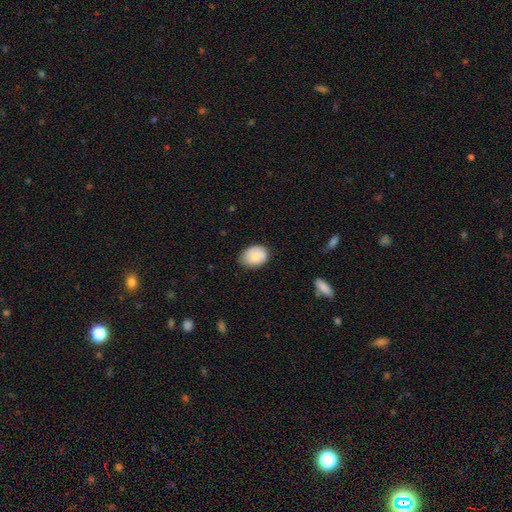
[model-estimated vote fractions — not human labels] Smooth or featured? smooth (82%)
How rounded? in between (72%)
Merging? none (69%)